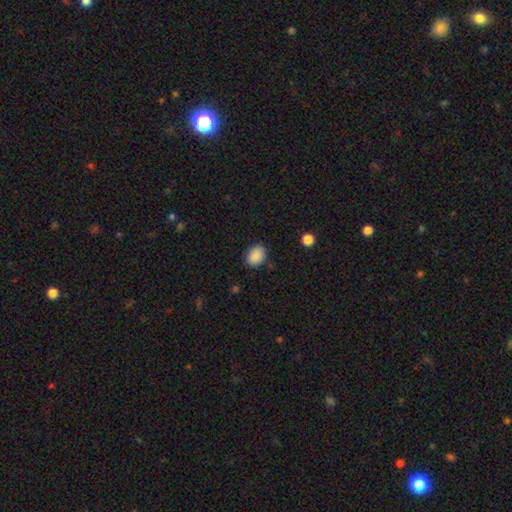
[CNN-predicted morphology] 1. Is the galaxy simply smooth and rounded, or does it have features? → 89% smooth, 8% star or artifact, 3% featured or disk.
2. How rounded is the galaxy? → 66% in between, 33% round, 1% cigar-shaped.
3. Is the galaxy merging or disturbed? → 84% none, 11% minor disturbance, 3% major disturbance, 1% merger.